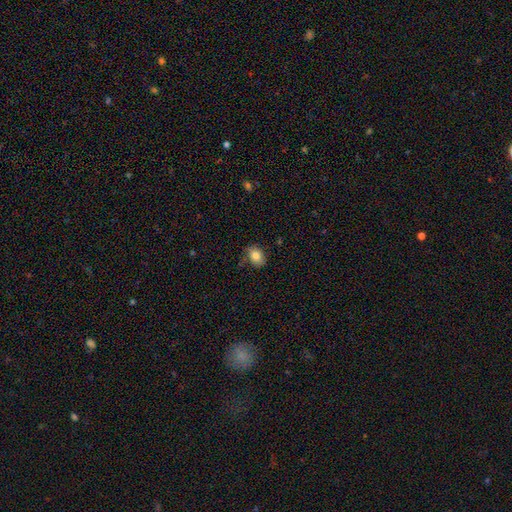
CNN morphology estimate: A smooth galaxy with no disk features (81%) that is in between round and cigar-shaped (65%).

Vote fractions:
- Smooth or featured? smooth: 81% / featured or disk: 10% / star or artifact: 9%
- How rounded? in between: 65% / round: 33% / cigar-shaped: 1%
- Merging? none: 72% / minor disturbance: 22% / major disturbance: 5% / merger: 2%